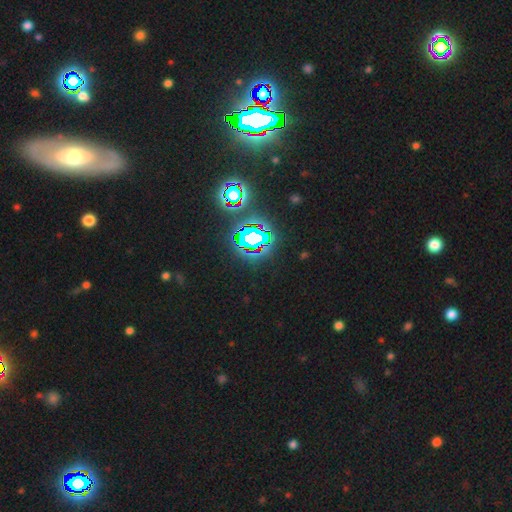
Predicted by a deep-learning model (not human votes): A star or artifact, not a galaxy (70%).